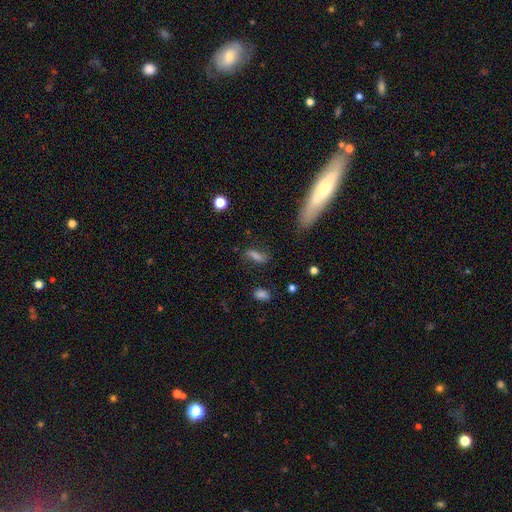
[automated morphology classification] Q: Smooth or featured?
A: smooth (62%); runner-up: featured or disk (23%)
Q: How rounded?
A: cigar-shaped (51%); runner-up: in between (42%)
Q: Merging?
A: none (68%); runner-up: minor disturbance (19%)